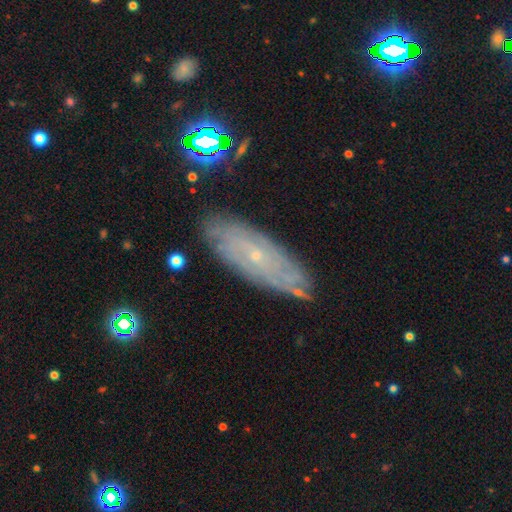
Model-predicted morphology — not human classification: type=featured or disk (69%); edge-on=no (82%); bar=no (80%); spiral arms=yes (81%); bulge=small (87%); merging=none (83%).